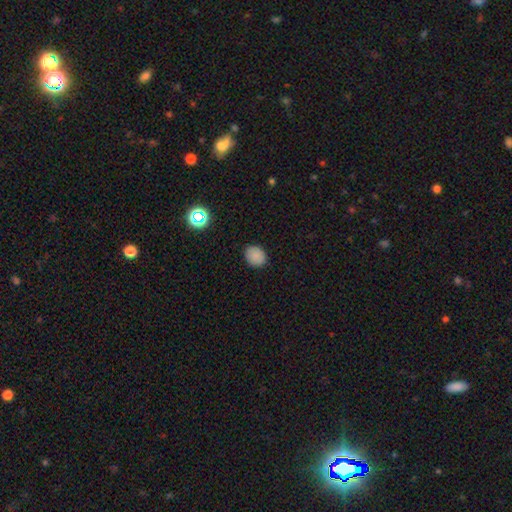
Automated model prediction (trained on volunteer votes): smooth_or_featured: smooth (p=0.84) [alt: star or artifact p=0.11]
how_rounded: round (p=0.59) [alt: in between p=0.40]
merging: none (p=0.88) [alt: minor disturbance p=0.09]